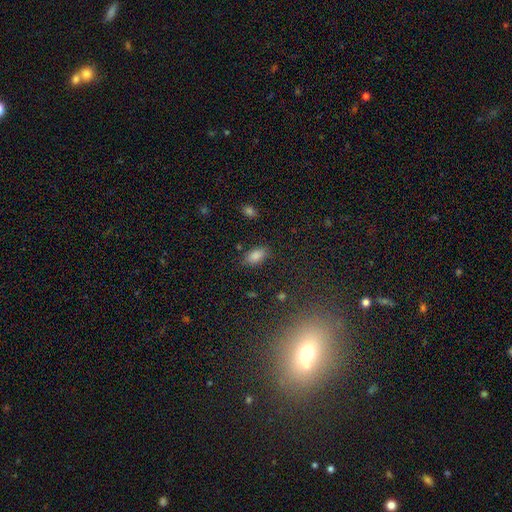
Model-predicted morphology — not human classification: type=smooth (83%); roundness=in between (91%); merging=none (79%).